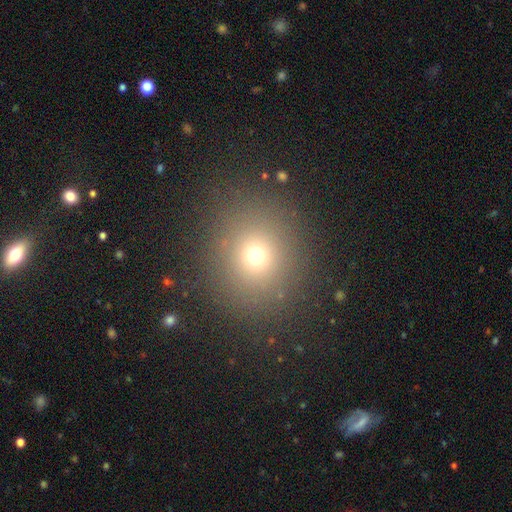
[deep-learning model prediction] Overall: smooth (68%). How rounded: round (88%). Merging: none (87%).